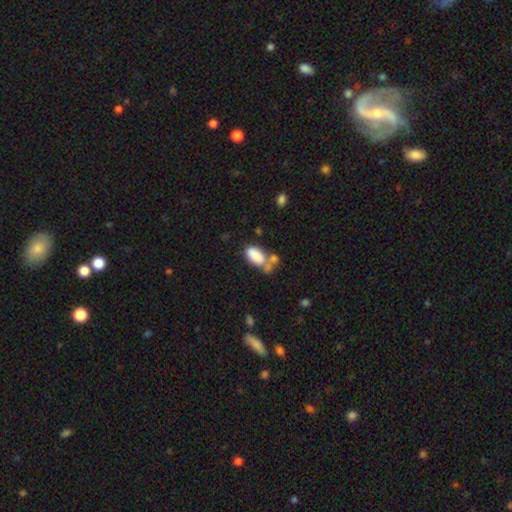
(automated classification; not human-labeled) Smooth or featured? smooth (83%)
How rounded? in between (93%)
Merging? merger (40%)